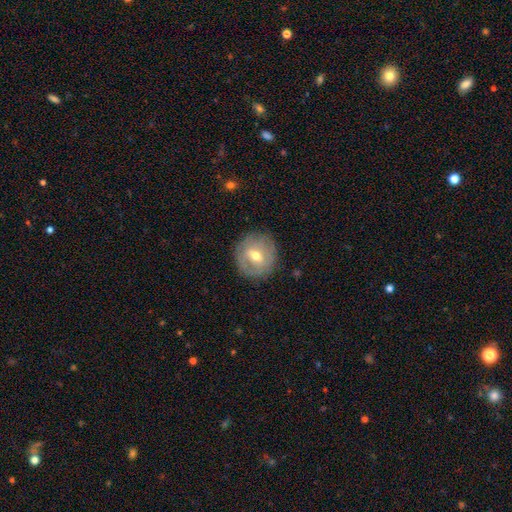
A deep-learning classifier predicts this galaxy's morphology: featured or disk 50%, smooth 42%, star or artifact 7%. Down the decision tree: edge-on disk — no (94%); merging — none (83%).